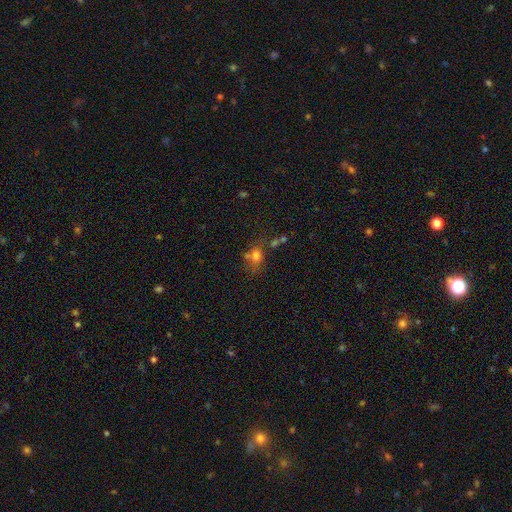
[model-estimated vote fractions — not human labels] This is likely a smooth galaxy (70%). How rounded: possibly round (55%). Merging: possibly none (50%).